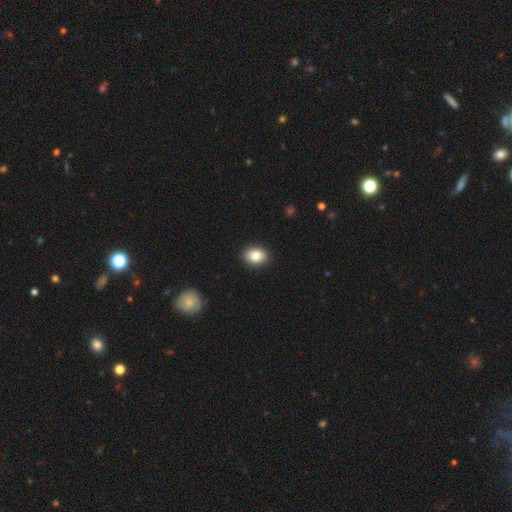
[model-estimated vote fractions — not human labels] Smooth or featured? smooth (85%)
How rounded? in between (65%)
Merging? none (91%)